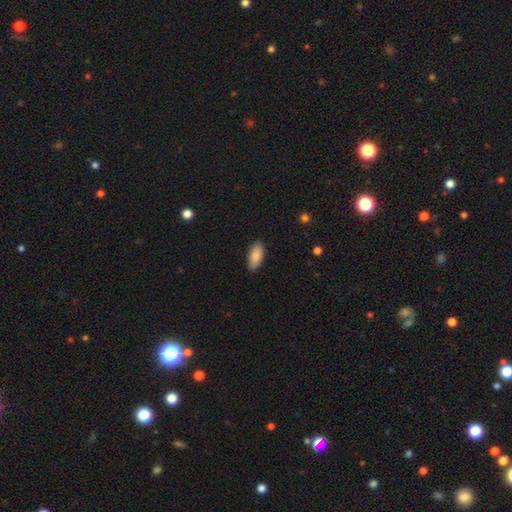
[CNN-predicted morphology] smooth_or_featured: smooth (p=0.88) [alt: star or artifact p=0.06]
how_rounded: in between (p=0.89) [alt: cigar-shaped p=0.09]
merging: none (p=0.86) [alt: minor disturbance p=0.11]